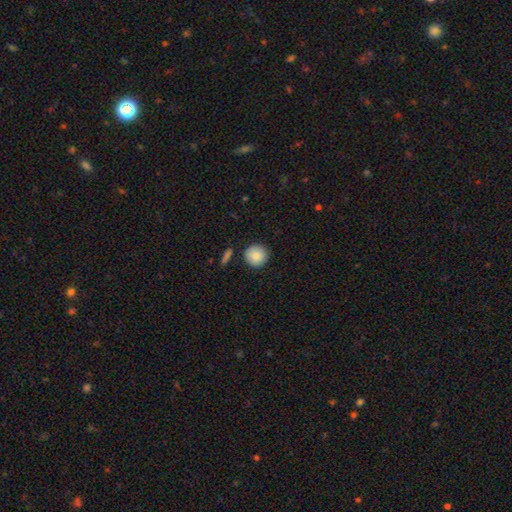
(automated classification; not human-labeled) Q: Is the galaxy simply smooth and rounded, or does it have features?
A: smooth — 88%.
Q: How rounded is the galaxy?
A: round — 93%.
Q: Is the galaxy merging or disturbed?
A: none — 86%.